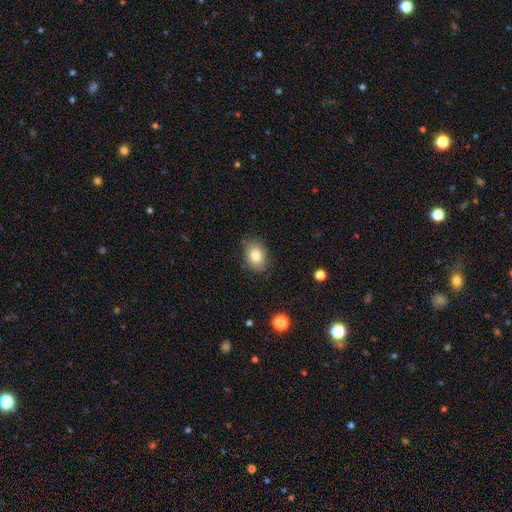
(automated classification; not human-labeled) Smooth or featured?
  - smooth: 81% *
  - featured or disk: 10%
  - star or artifact: 9%
How rounded?
  - in between: 64% *
  - round: 35%
  - cigar-shaped: 1%
Merging?
  - none: 84% *
  - minor disturbance: 12%
  - major disturbance: 3%
  - merger: 1%